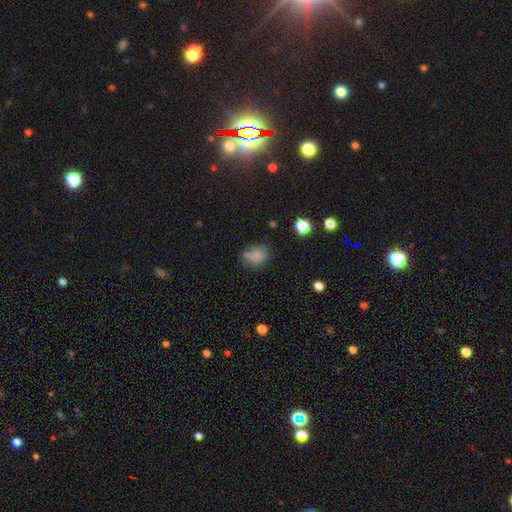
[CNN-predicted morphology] smooth 77%, star or artifact 13%, featured or disk 10%. Down the decision tree: how rounded — in between (54%); merging — none (53%).